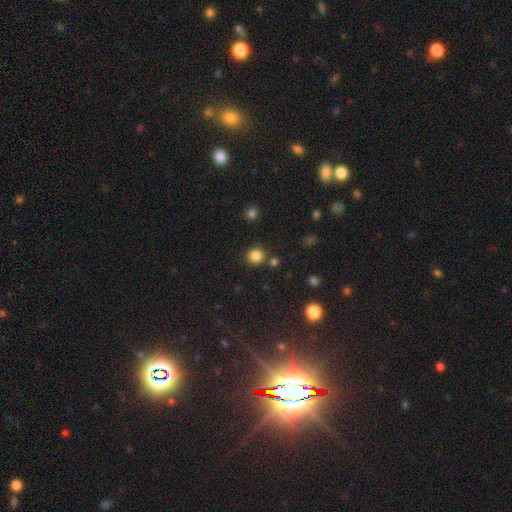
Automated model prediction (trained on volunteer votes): smooth-or-featured: smooth: 84% | star or artifact: 12% | featured or disk: 4%
  how-rounded: round: 91% | in between: 8% | cigar-shaped: 1%
  merging: none: 83% | merger: 7% | minor disturbance: 7% | major disturbance: 3%